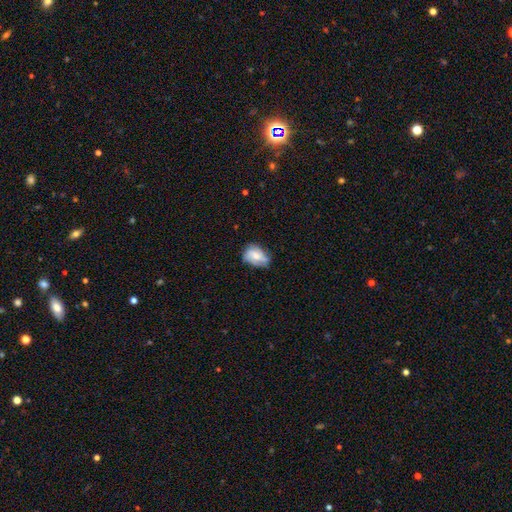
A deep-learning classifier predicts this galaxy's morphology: The model was most divided on "smooth or featured": featured or disk: 47%, smooth: 45%, star or artifact: 8%. More confident: merging — none (55%).